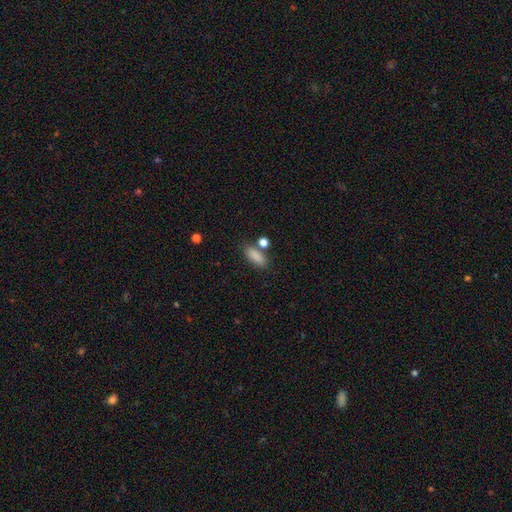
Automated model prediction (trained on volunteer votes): Smooth or featured? Predicted: smooth (p=0.87). How rounded? Predicted: in between (p=0.73). Merging? Predicted: none (p=0.72).